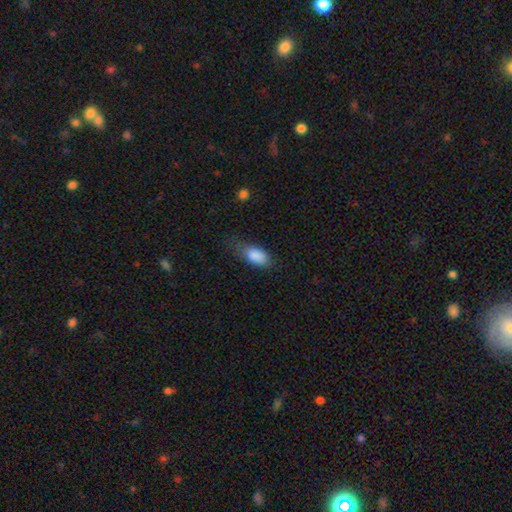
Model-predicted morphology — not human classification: A smooth galaxy with no disk features (87%) that is in between round and cigar-shaped (90%).

Vote fractions:
- Smooth or featured? smooth: 87% / star or artifact: 7% / featured or disk: 6%
- How rounded? in between: 90% / cigar-shaped: 7% / round: 4%
- Merging? none: 50% / minor disturbance: 34% / major disturbance: 14% / merger: 2%